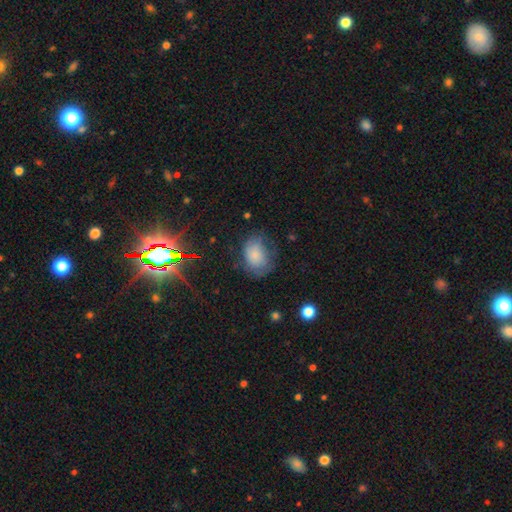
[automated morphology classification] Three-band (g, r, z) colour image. It shows a smooth galaxy with no disk features (71%) that is in between round and cigar-shaped (67%). Merging: none (49%).